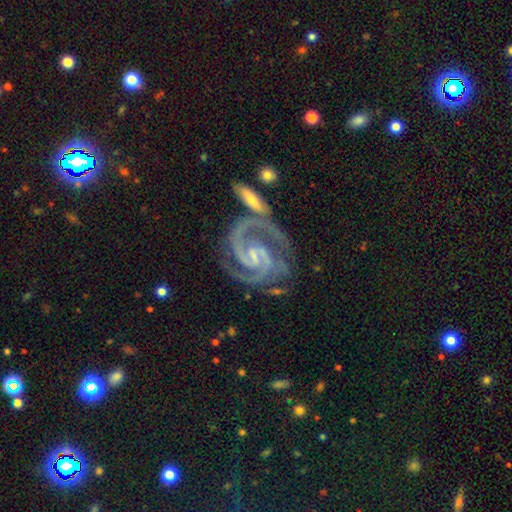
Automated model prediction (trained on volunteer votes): The model was most divided on "spiral winding": tight: 54%, medium: 41%, loose: 5%. Remaining: spiral arms — yes (99%); edge-on disk — no (98%); smooth or featured — featured or disk (93%); spiral arm count — 2 (70%); bulge size — small (66%); merging — none (57%); bar — weak (46%).